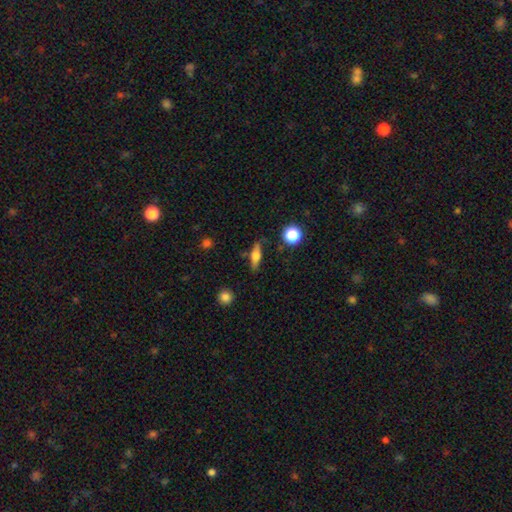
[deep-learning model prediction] Smooth or featured: smooth — 48% (featured or disk — 44%)
Merging: none — 81% (minor disturbance — 13%)